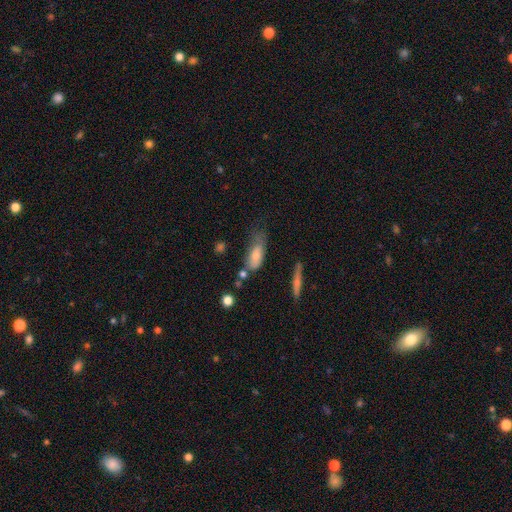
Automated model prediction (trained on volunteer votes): This is likely a smooth galaxy (73%). How rounded: likely in between (76%). Merging: marginally minor disturbance (35%).